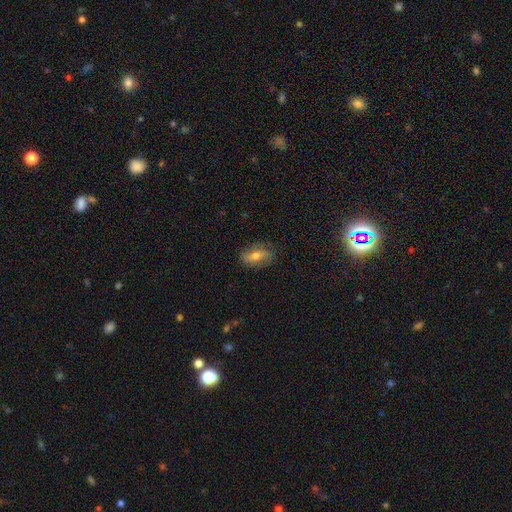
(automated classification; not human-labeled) A smooth galaxy with no disk features (48%).

Vote fractions:
- Smooth or featured? smooth: 48% / featured or disk: 43% / star or artifact: 9%
- Merging? none: 80% / minor disturbance: 15% / major disturbance: 4% / merger: 1%